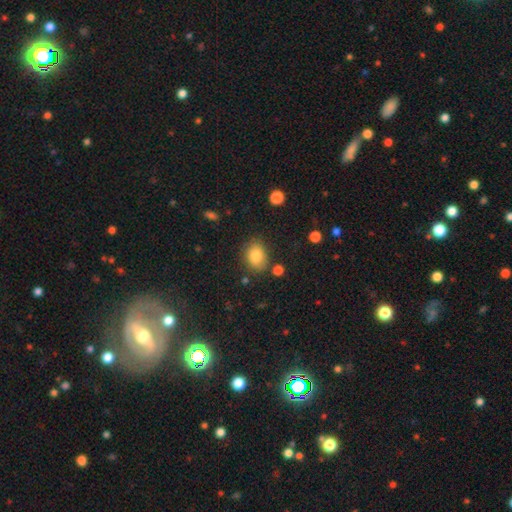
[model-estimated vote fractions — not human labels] This is clearly a smooth galaxy (82%). How rounded: likely in between (63%). Merging: likely none (77%).